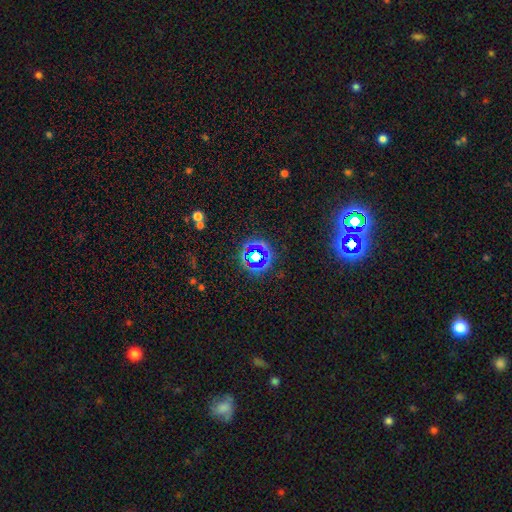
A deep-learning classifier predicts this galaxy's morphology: A star or artifact, not a galaxy (62%).

Vote fractions:
- Smooth or featured? star or artifact: 62% / smooth: 25% / featured or disk: 12%